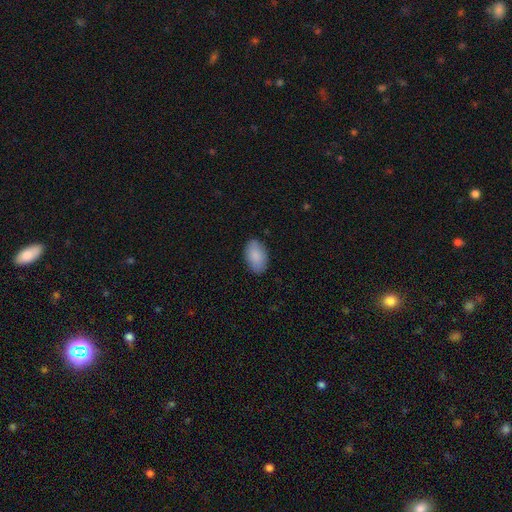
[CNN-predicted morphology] smooth 88%, star or artifact 6%, featured or disk 6%. Down the decision tree: how rounded — in between (93%); merging — none (86%).